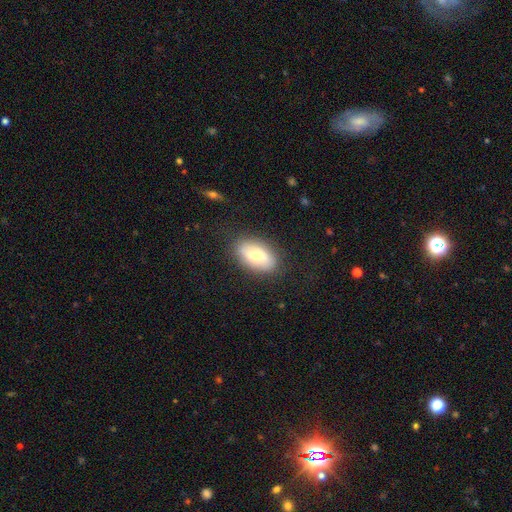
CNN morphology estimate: This is likely a smooth galaxy (63%). How rounded: clearly in between (89%). Merging: clearly none (83%).